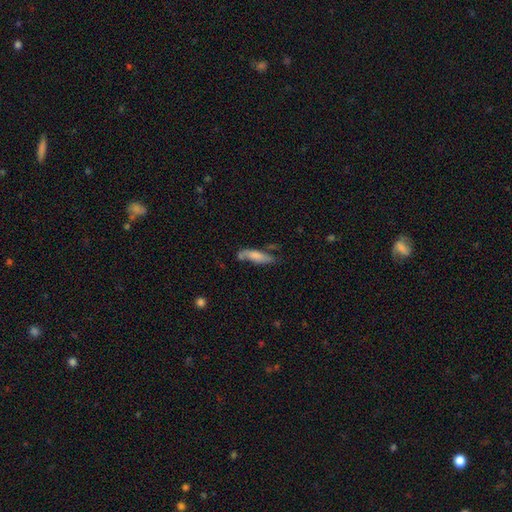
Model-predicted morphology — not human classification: Smooth or featured?
  - smooth: 68% *
  - featured or disk: 25%
  - star or artifact: 7%
How rounded?
  - cigar-shaped: 59% *
  - in between: 38%
  - round: 2%
Merging?
  - none: 52% *
  - minor disturbance: 26%
  - major disturbance: 11%
  - merger: 10%